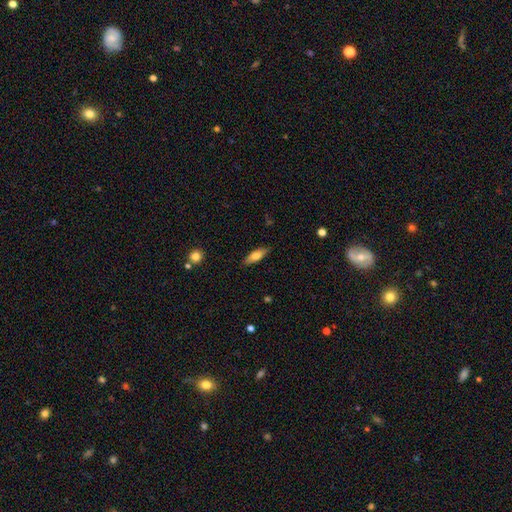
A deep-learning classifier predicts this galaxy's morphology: A smooth galaxy with no disk features (67%) that is in between round and cigar-shaped (55%). Merging: none (86%).